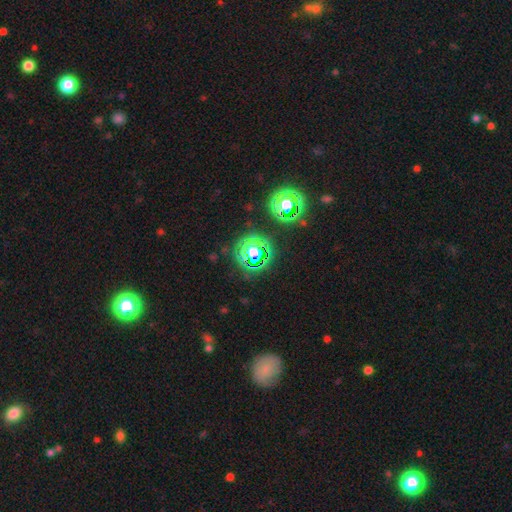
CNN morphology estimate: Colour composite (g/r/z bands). It shows a star or artifact, not a galaxy (69%).